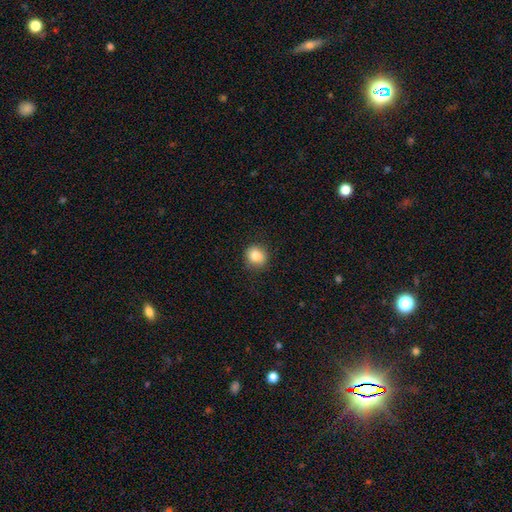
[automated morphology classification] smooth_or_featured: smooth (p=0.83) [alt: star or artifact p=0.10]
how_rounded: round (p=0.85) [alt: in between p=0.14]
merging: none (p=0.88) [alt: minor disturbance p=0.09]